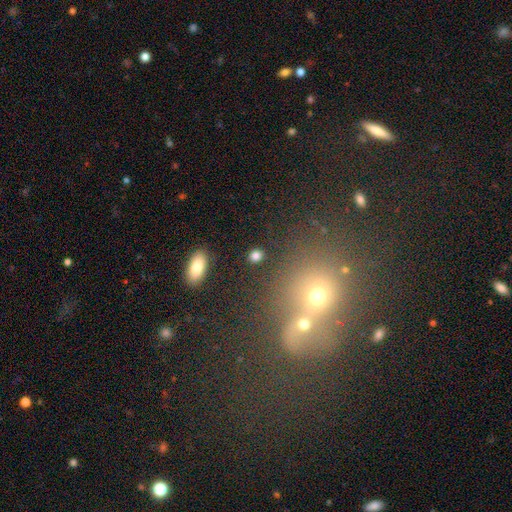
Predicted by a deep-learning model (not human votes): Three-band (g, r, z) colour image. It shows a smooth galaxy with no disk features (82%) that is round (62%). Merging: none (87%).